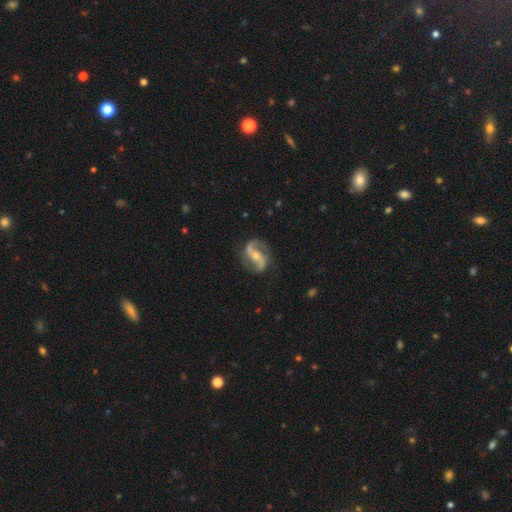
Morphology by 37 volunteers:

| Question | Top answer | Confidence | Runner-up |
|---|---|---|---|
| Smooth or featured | featured or disk | 97% | star or artifact (3%) |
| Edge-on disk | no | 94% | yes (6%) |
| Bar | no | 41% | strong (35%) |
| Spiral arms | yes | 97% | no (3%) |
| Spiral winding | loose | 67% | medium (30%) |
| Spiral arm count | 2 | 100% | — |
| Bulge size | moderate | 53% | small (41%) |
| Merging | none | 72% | minor disturbance (25%) |